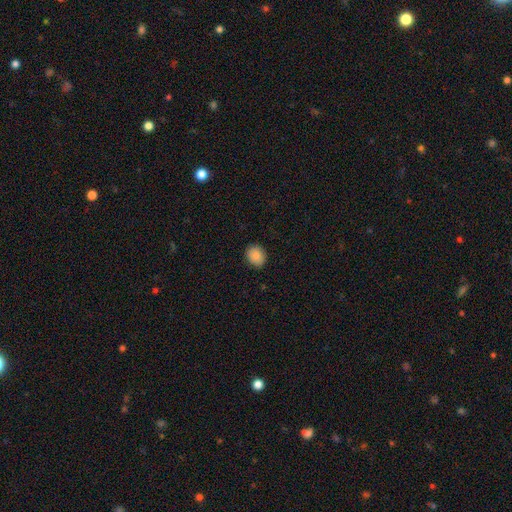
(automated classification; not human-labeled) Smooth or featured? Predicted: smooth (p=0.87). How rounded? Predicted: round (p=0.53). Merging? Predicted: none (p=0.88).